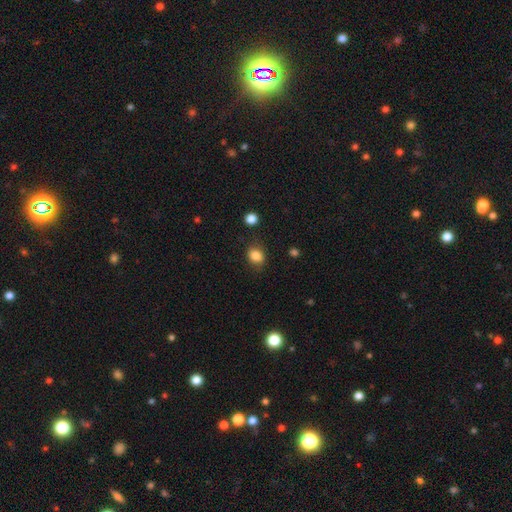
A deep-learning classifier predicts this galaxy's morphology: type=smooth (84%); roundness=round (53%); merging=none (78%).